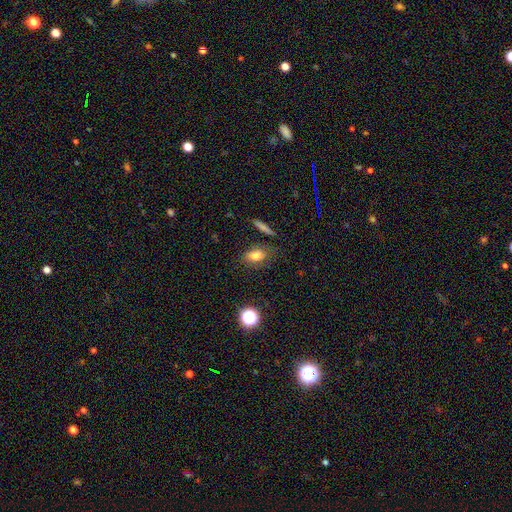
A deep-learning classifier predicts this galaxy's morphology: Overall: smooth (76%). How rounded: in between (78%). Merging: none (75%).